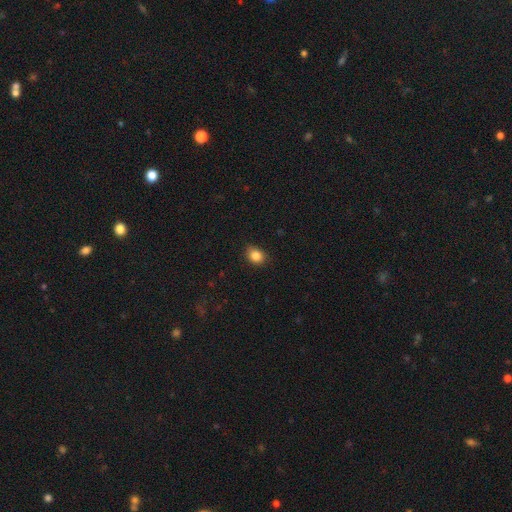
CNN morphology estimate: A smooth galaxy with no disk features (85%) that is round (50%).

Vote fractions:
- Smooth or featured? smooth: 85% / star or artifact: 10% / featured or disk: 5%
- How rounded? round: 50% / in between: 49% / cigar-shaped: 1%
- Merging? none: 81% / minor disturbance: 15% / major disturbance: 3% / merger: 1%